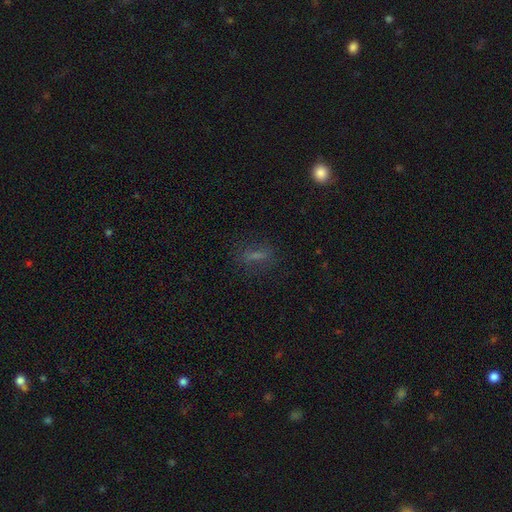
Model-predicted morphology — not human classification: The model was most divided on "how rounded": cigar-shaped: 48%, in between: 41%, round: 11%. More confident: merging — none (77%); smooth or featured — smooth (55%).